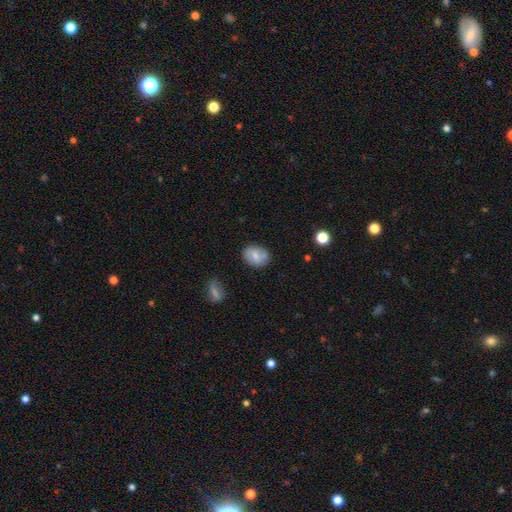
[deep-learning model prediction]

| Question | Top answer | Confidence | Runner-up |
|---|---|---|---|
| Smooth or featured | smooth | 70% | featured or disk (21%) |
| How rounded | in between | 64% | round (35%) |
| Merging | none | 73% | minor disturbance (17%) |